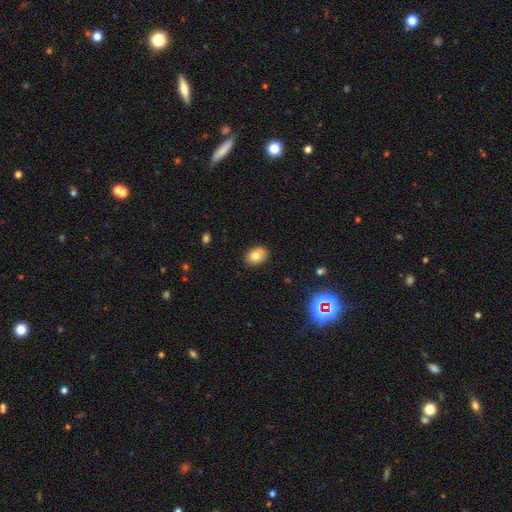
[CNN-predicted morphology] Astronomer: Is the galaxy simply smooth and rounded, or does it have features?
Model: smooth — 79%.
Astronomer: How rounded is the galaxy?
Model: in between — 66%.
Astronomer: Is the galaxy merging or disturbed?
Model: none — 85%.